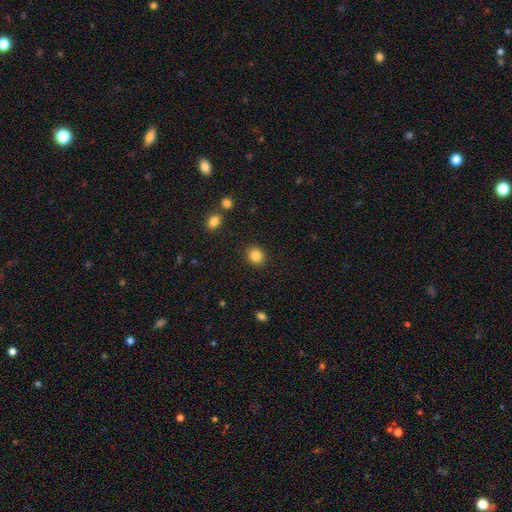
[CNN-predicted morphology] type=smooth (85%); roundness=round (80%); merging=none (91%).